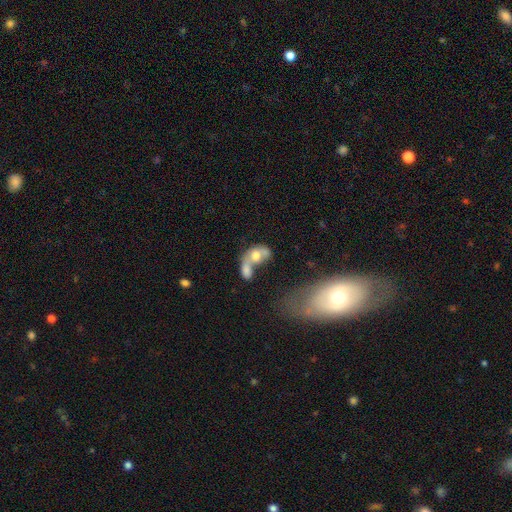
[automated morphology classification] The model was most divided on "smooth or featured": smooth: 56%, featured or disk: 34%, star or artifact: 9%. More confident: how rounded — in between (74%); merging — merger (71%).